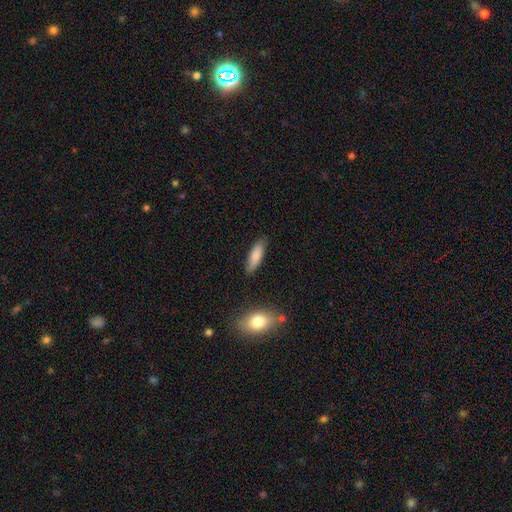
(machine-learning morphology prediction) This is clearly a smooth galaxy (81%). How rounded: possibly cigar-shaped (54%). Merging: clearly none (83%).